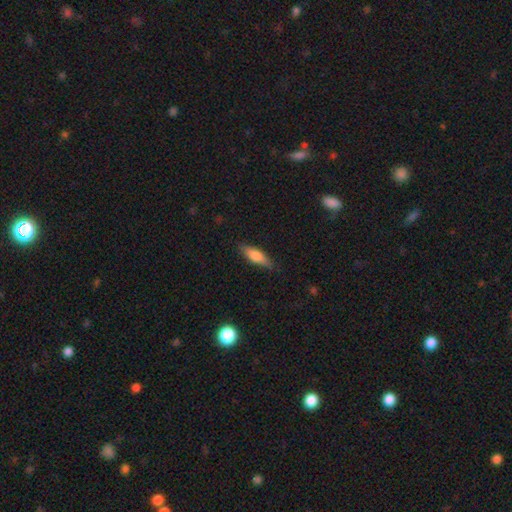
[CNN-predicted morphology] Overall: smooth (72%). How rounded: cigar-shaped (52%; in between 46%). Merging: none (83%).